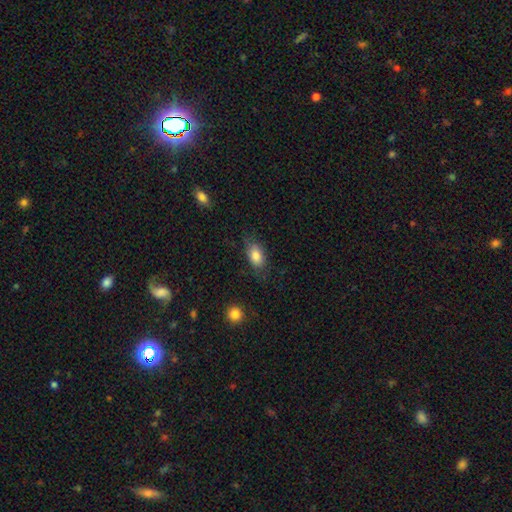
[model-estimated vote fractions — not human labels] A smooth galaxy with no disk features (82%) that is in between round and cigar-shaped (88%).

Vote fractions:
- Smooth or featured? smooth: 82% / featured or disk: 10% / star or artifact: 8%
- How rounded? in between: 88% / round: 8% / cigar-shaped: 4%
- Merging? none: 69% / minor disturbance: 22% / major disturbance: 8% / merger: 2%